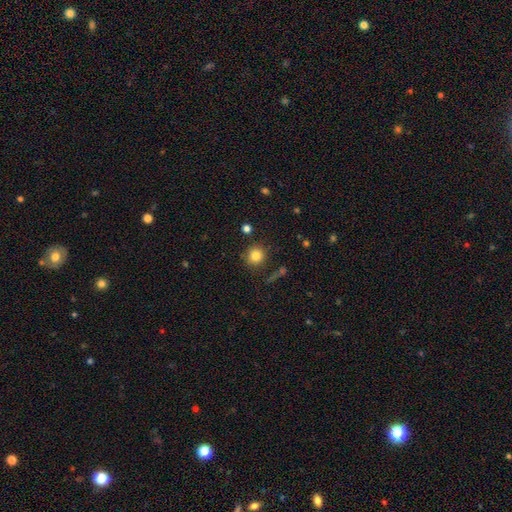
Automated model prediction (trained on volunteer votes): Smooth or featured? Predicted: smooth (p=0.81). How rounded? Predicted: round (p=0.91). Merging? Predicted: none (p=0.85).